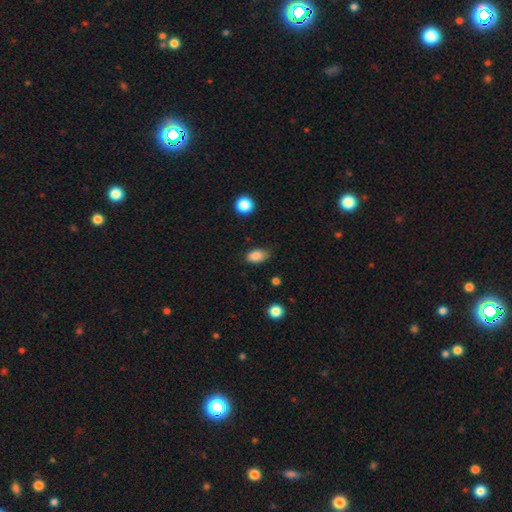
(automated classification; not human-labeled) This is clearly a smooth galaxy (86%). How rounded: clearly in between (88%). Merging: likely none (70%).